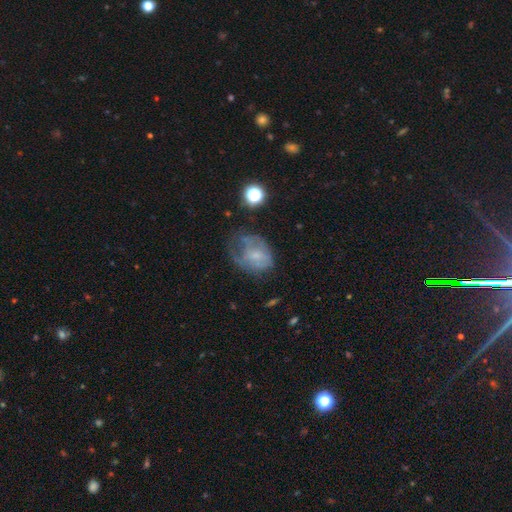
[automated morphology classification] Smooth or featured? featured or disk (46%)
Merging? major disturbance (37%)